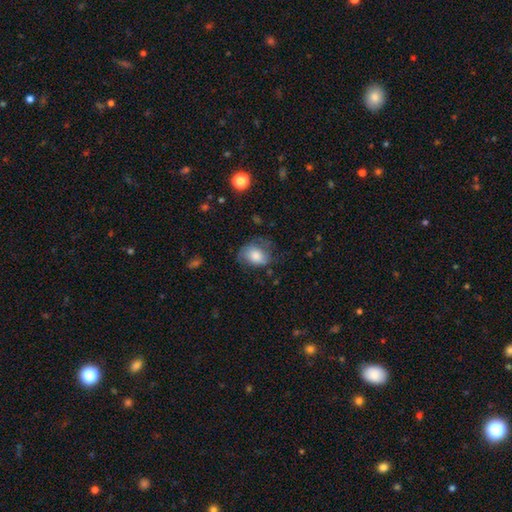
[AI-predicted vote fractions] A smooth galaxy with no disk features (69%) that is in between round and cigar-shaped (70%). Merging: none (47%).